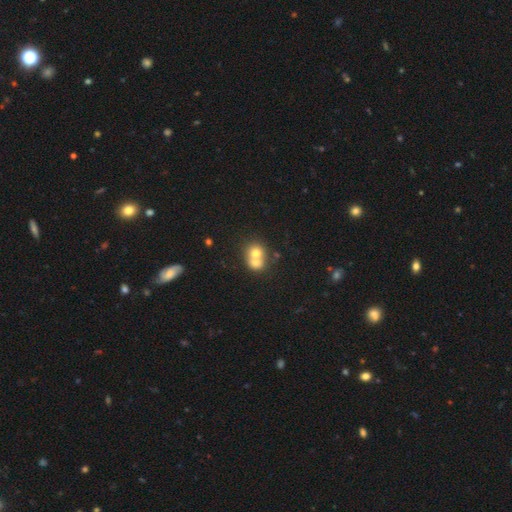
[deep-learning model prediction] Morphology: type=smooth (68%); roundness=round (72%); merging=merger (69%).